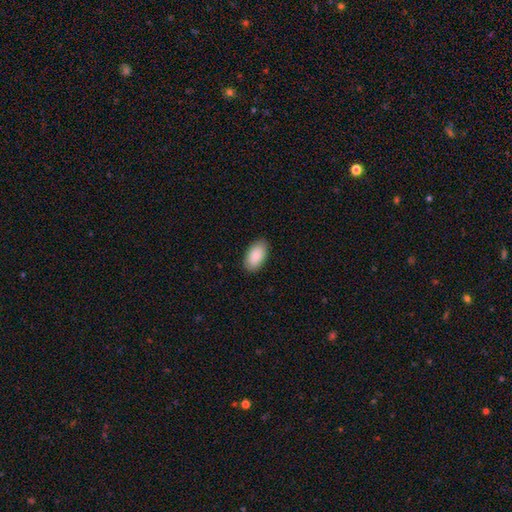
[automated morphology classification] smooth-or-featured: smooth: 89% | star or artifact: 6% | featured or disk: 5%
  how-rounded: in between: 95% | round: 3% | cigar-shaped: 2%
  merging: none: 88% | minor disturbance: 9% | major disturbance: 2% | merger: 1%